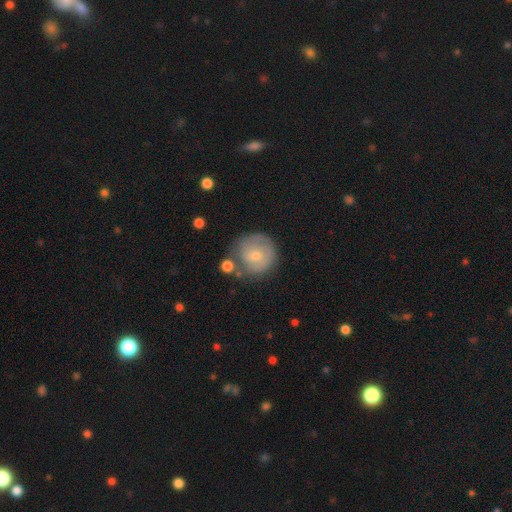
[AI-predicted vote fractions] This is possibly a smooth galaxy (54%). How rounded: clearly round (93%). Merging: likely none (62%).